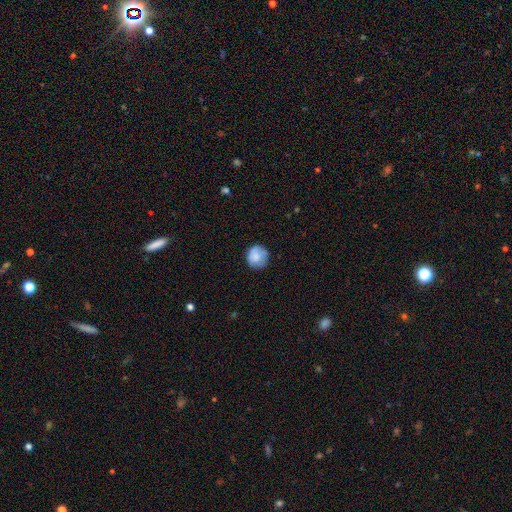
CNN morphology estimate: smooth 80%, featured or disk 12%, star or artifact 8%. Down the decision tree: how rounded — round (89%); merging — none (76%).